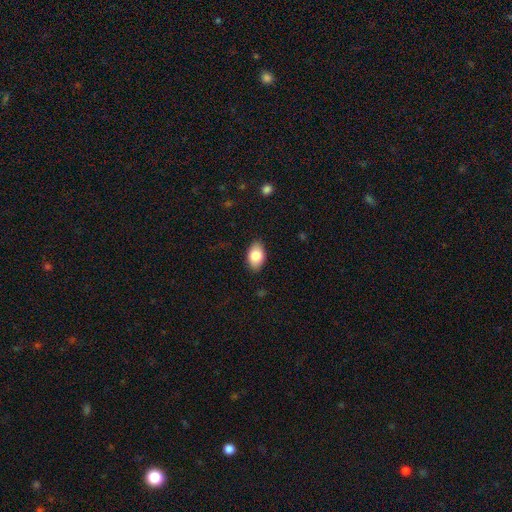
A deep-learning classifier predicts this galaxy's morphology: A smooth galaxy with no disk features (84%) that is in between round and cigar-shaped (89%). Merging: none (86%).